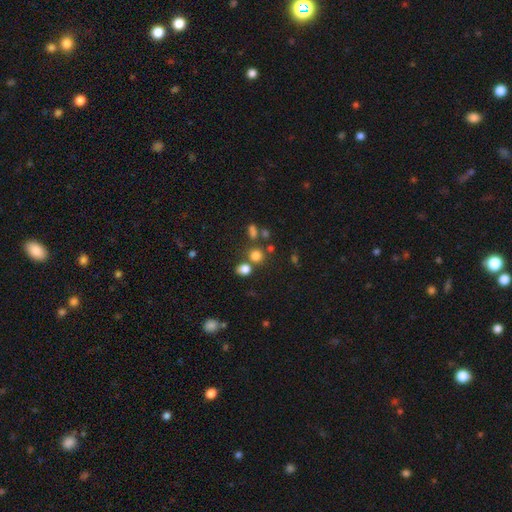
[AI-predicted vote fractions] Smooth or featured: smooth — 73% (star or artifact — 19%)
How rounded: round — 81% (in between — 18%)
Merging: none — 63% (merger — 24%)